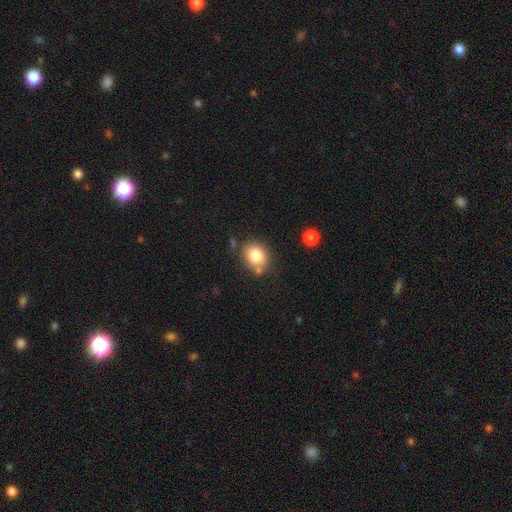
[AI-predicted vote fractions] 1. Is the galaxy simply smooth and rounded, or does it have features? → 81% smooth, 10% star or artifact, 9% featured or disk.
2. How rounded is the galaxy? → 59% round, 40% in between, 1% cigar-shaped.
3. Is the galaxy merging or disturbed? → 70% none, 14% minor disturbance, 11% merger, 4% major disturbance.